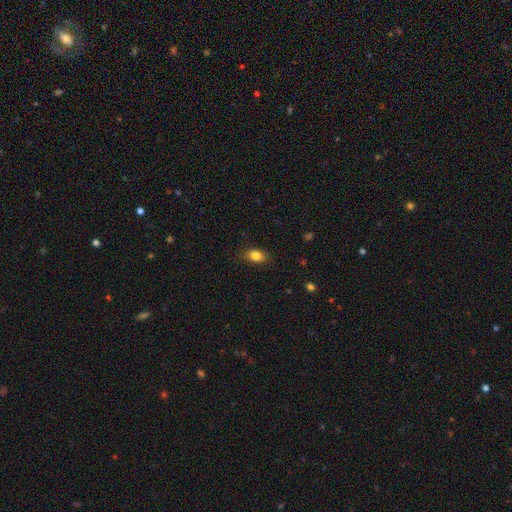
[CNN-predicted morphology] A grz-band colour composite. It shows a smooth galaxy with no disk features (83%) that is in between round and cigar-shaped (82%). Merging: none (85%).